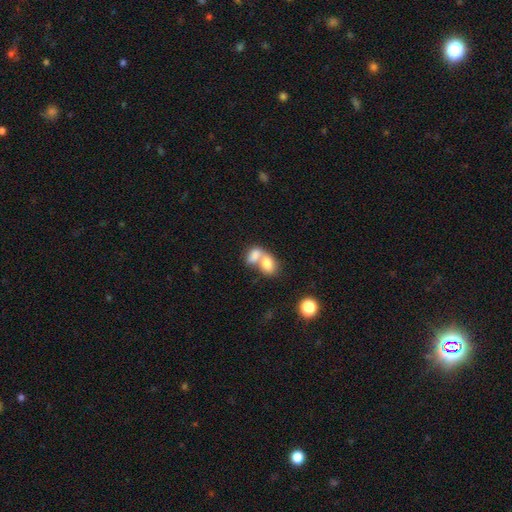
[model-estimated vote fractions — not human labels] Smooth or featured? smooth (77%)
How rounded? in between (81%)
Merging? merger (76%)